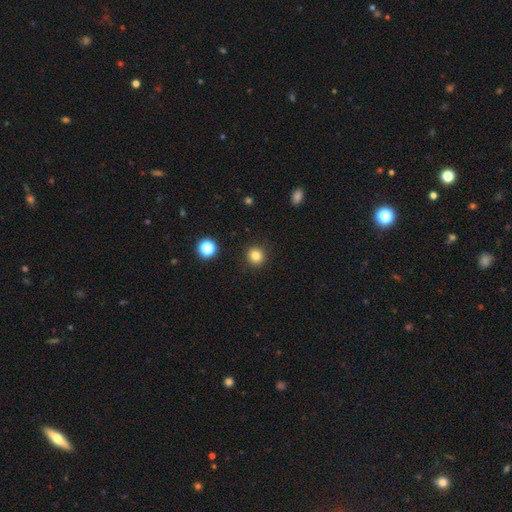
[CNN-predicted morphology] A smooth galaxy with no disk features (82%) that is round (93%). Merging: none (91%).